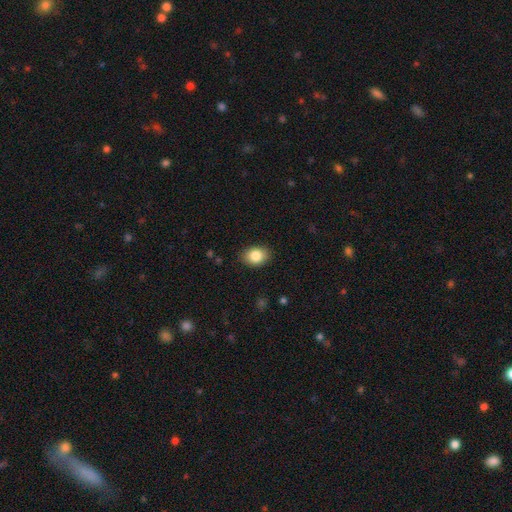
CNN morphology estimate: type=smooth (86%); roundness=in between (65%); merging=none (87%).